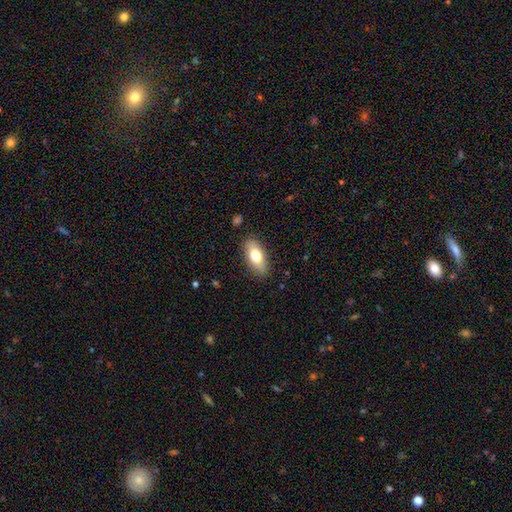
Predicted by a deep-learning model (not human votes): Morphology: type=smooth (73%); roundness=in between (83%); merging=none (86%).